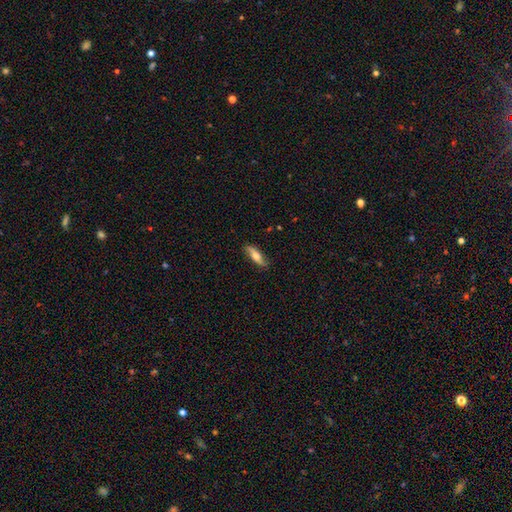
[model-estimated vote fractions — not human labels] Smooth or featured? smooth (54%)
How rounded? cigar-shaped (52%)
Merging? none (80%)